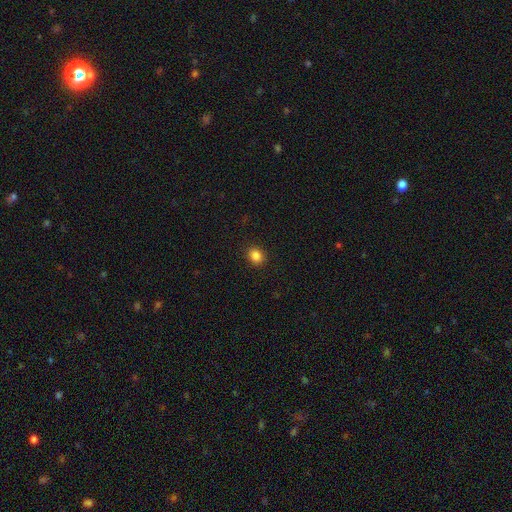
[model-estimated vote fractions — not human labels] Smooth or featured: smooth — 85% (star or artifact — 11%)
How rounded: round — 68% (in between — 31%)
Merging: none — 91% (minor disturbance — 6%)